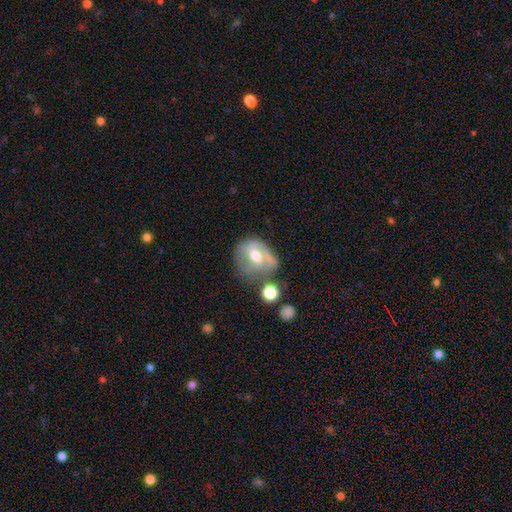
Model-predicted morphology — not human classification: smooth_or_featured: featured or disk (p=0.51) [alt: smooth p=0.40]
disk_edge_on: no (p=0.94) [alt: yes p=0.06]
merging: none (p=0.39) [alt: minor disturbance p=0.27]